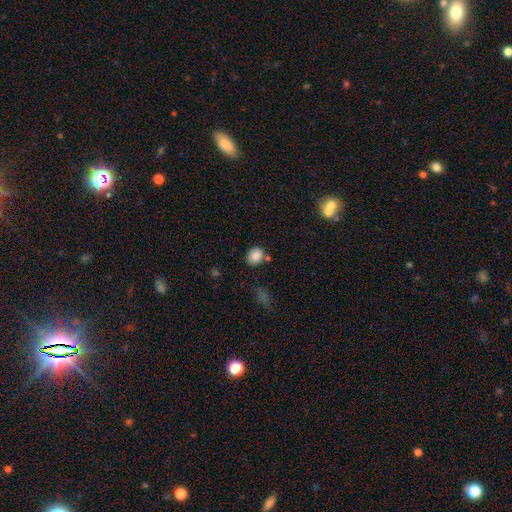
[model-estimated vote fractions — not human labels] The model was most divided on "how rounded": round: 52%, in between: 47%, cigar-shaped: 1%. More confident: smooth or featured — smooth (86%); merging — none (77%).